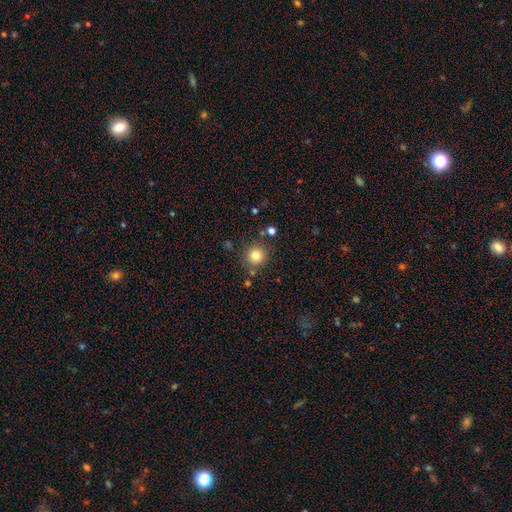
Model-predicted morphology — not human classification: Smooth or featured: smooth — 81% (star or artifact — 12%)
How rounded: round — 92% (in between — 7%)
Merging: none — 81% (minor disturbance — 10%)